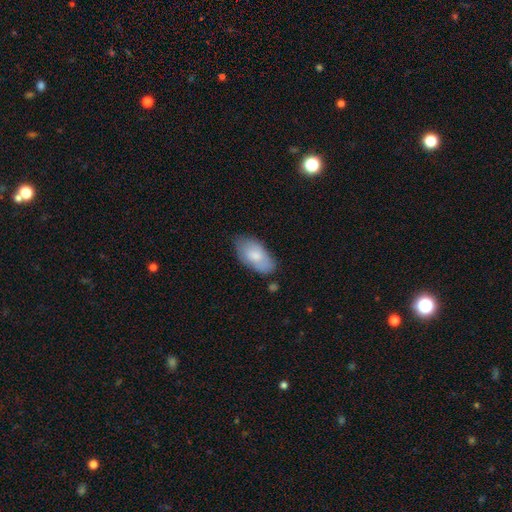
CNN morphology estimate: Smooth or featured: smooth — 76% (featured or disk — 18%)
How rounded: in between — 94% (cigar-shaped — 4%)
Merging: none — 68% (minor disturbance — 25%)